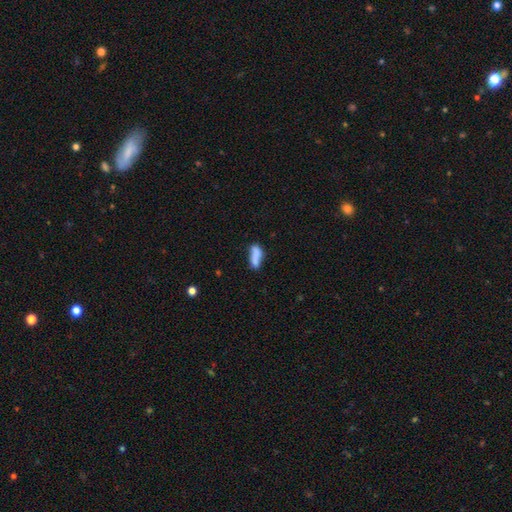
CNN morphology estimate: A smooth galaxy with no disk features (77%) that is in between round and cigar-shaped (53%).

Vote fractions:
- Smooth or featured? smooth: 77% / featured or disk: 14% / star or artifact: 8%
- How rounded? in between: 53% / cigar-shaped: 45% / round: 3%
- Merging? none: 53% / minor disturbance: 24% / merger: 15% / major disturbance: 8%